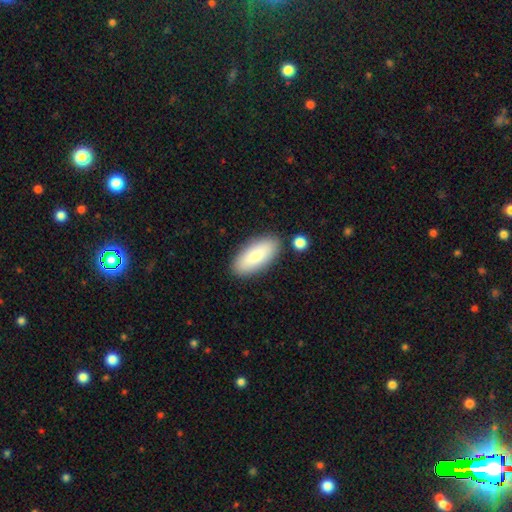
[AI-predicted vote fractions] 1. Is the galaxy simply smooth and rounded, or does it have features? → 81% smooth, 13% featured or disk, 6% star or artifact.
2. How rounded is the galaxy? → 83% in between, 15% cigar-shaped, 2% round.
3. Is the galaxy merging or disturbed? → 83% none, 10% minor disturbance, 4% merger, 3% major disturbance.